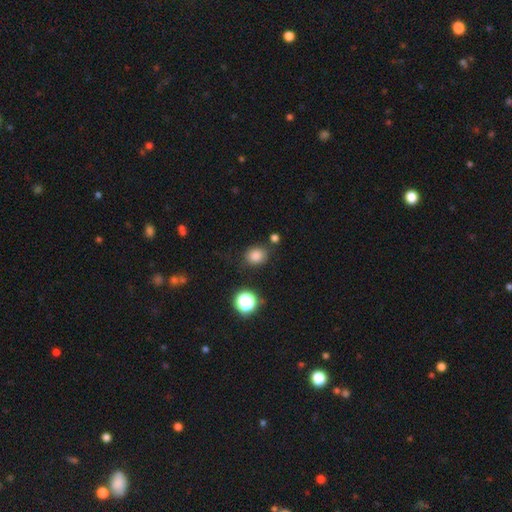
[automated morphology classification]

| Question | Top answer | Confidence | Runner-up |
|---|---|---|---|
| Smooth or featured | smooth | 81% | star or artifact (14%) |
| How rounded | round | 61% | in between (38%) |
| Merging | none | 79% | minor disturbance (12%) |